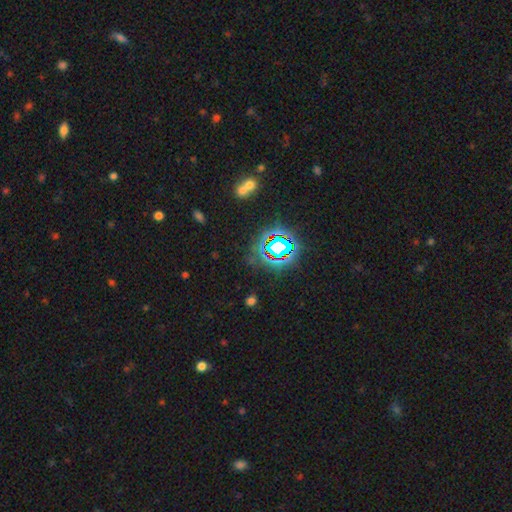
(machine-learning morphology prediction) star or artifact 77%, smooth 14%, featured or disk 9%.